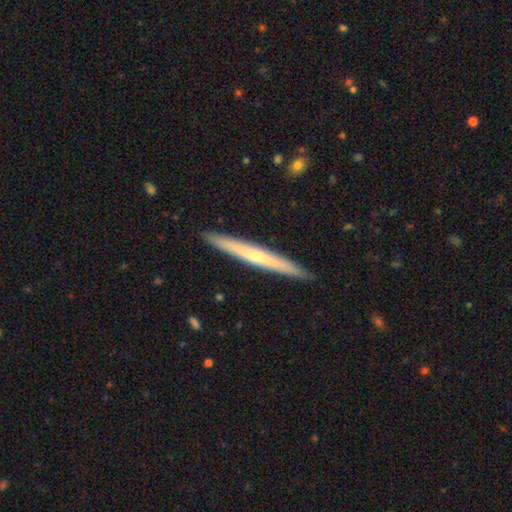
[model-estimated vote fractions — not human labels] Smooth or featured: featured or disk — 58% (smooth — 37%)
Edge-on disk: yes — 96% (no — 4%)
Edge-on bulge: rounded — 54% (none — 43%)
Merging: none — 92% (minor disturbance — 6%)